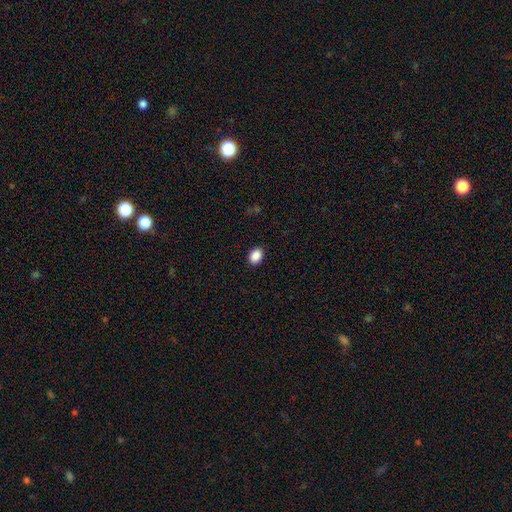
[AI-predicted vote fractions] Smooth or featured: smooth — 89% (star or artifact — 8%)
How rounded: in between — 71% (round — 28%)
Merging: none — 90% (minor disturbance — 7%)